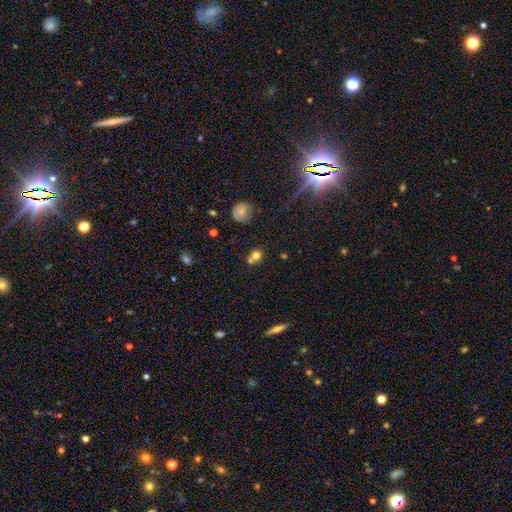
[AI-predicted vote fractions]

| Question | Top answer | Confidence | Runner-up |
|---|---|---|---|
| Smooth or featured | smooth | 72% | star or artifact (16%) |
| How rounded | round | 83% | in between (16%) |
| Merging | none | 51% | merger (36%) |